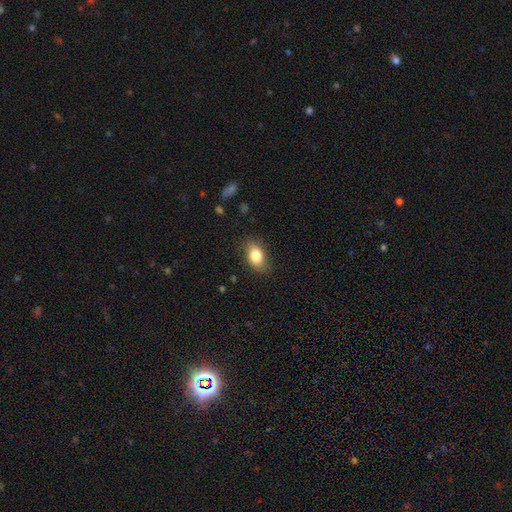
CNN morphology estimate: Smooth or featured? smooth (82%)
How rounded? in between (86%)
Merging? none (80%)